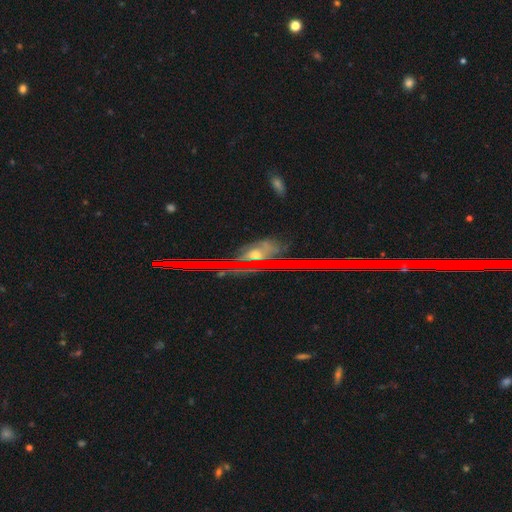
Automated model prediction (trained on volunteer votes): star or artifact 66%, featured or disk 19%, smooth 15%.